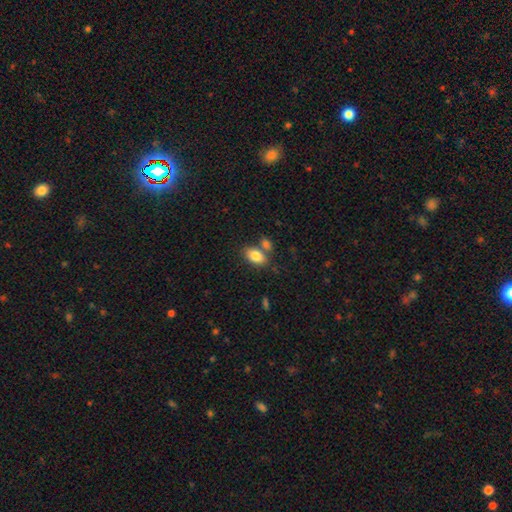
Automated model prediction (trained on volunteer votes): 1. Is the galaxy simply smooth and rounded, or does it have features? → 83% smooth, 10% featured or disk, 8% star or artifact.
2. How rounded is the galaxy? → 90% in between, 9% round, 2% cigar-shaped.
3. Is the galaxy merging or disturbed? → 59% none, 25% merger, 12% minor disturbance, 4% major disturbance.